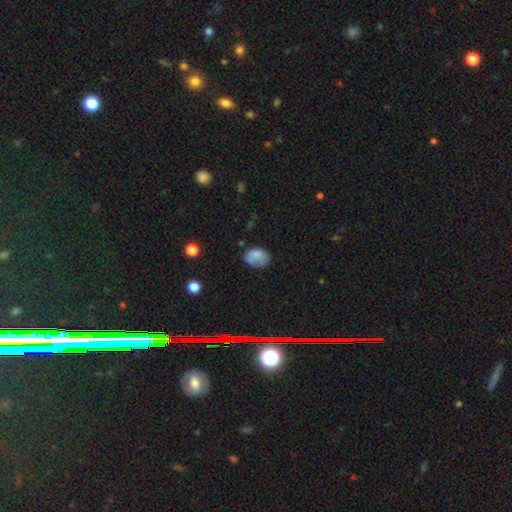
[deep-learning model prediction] Smooth or featured?
  - smooth: 78% *
  - featured or disk: 13%
  - star or artifact: 9%
How rounded?
  - in between: 77% *
  - round: 22%
  - cigar-shaped: 1%
Merging?
  - none: 59% *
  - minor disturbance: 28%
  - major disturbance: 10%
  - merger: 3%